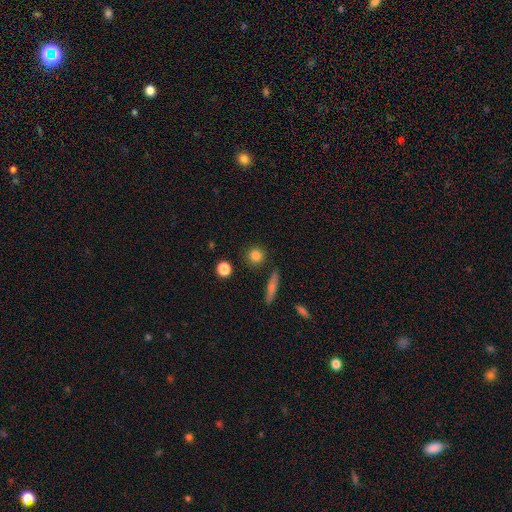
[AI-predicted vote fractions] A smooth galaxy with no disk features (82%) that is round (89%). Merging: none (88%).